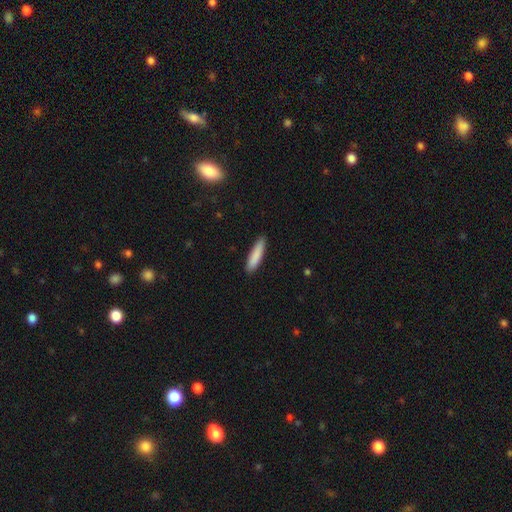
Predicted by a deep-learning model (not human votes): This appears to be a smooth galaxy with no disk features (86%) that is cigar-shaped (79%). Merging: none (88%).